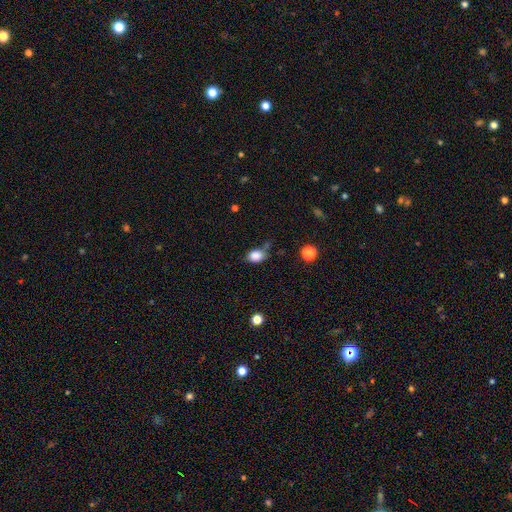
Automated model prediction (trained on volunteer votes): Overall: smooth (85%). How rounded: in between (70%). Merging: none (55%; minor disturbance 27%).